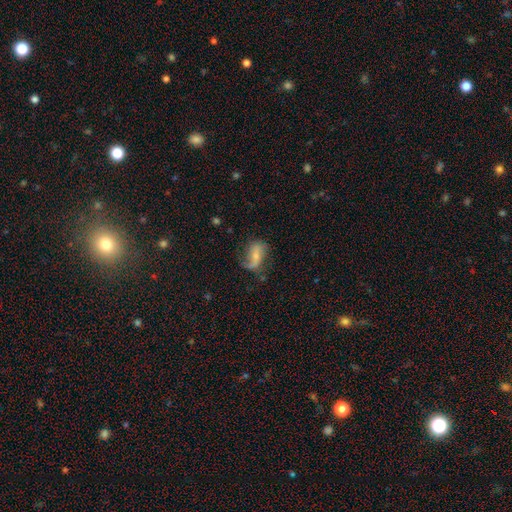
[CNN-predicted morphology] Smooth or featured? featured or disk (62%)
Edge-on disk? no (95%)
Bar? no (40%)
Spiral arms? yes (86%)
Spiral winding? loose (63%)
Spiral arm count? 2 (67%)
Bulge size? small (53%)
Merging? none (53%)